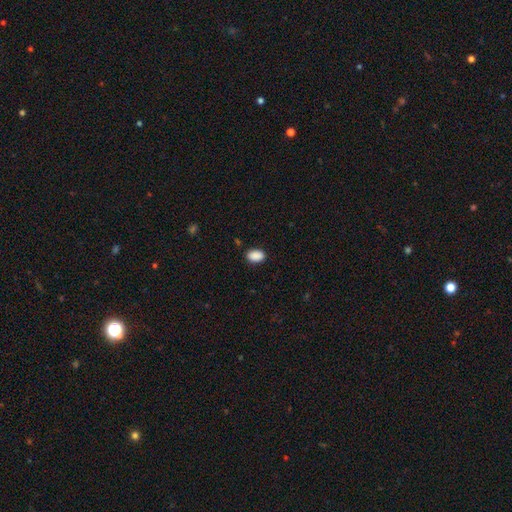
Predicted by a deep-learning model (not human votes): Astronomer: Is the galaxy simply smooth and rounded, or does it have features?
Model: smooth — 90%.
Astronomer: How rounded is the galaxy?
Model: in between — 87%.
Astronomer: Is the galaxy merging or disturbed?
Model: none — 87%.